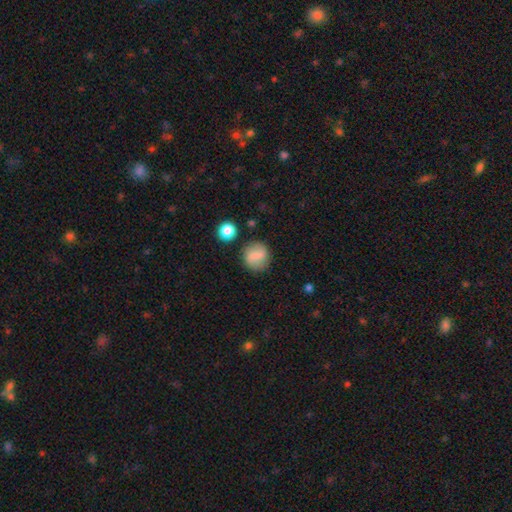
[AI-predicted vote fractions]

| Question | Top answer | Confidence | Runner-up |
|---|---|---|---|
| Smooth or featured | smooth | 58% | featured or disk (33%) |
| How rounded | round | 85% | in between (14%) |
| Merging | none | 80% | minor disturbance (12%) |